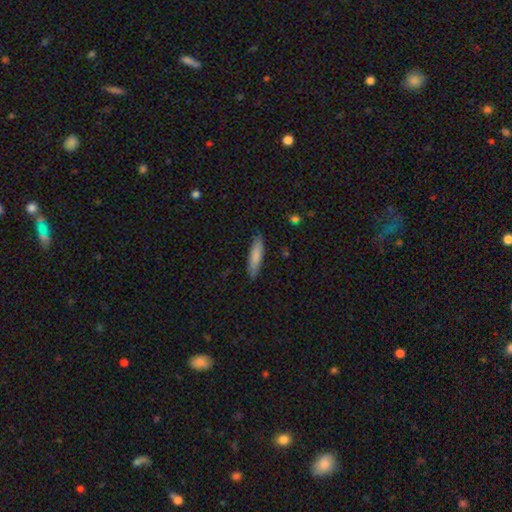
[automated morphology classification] smooth-or-featured: smooth: 81% | featured or disk: 13% | star or artifact: 6%
  how-rounded: cigar-shaped: 77% | in between: 21% | round: 1%
  merging: none: 84% | minor disturbance: 12% | major disturbance: 2% | merger: 1%